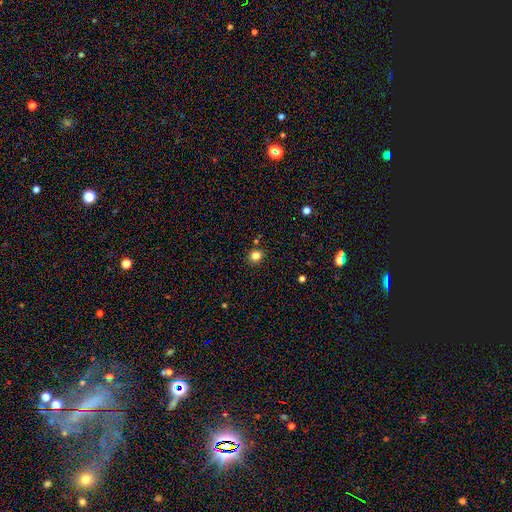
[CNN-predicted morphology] Smooth or featured? Predicted: smooth (p=0.82). How rounded? Predicted: round (p=0.79). Merging? Predicted: none (p=0.86).